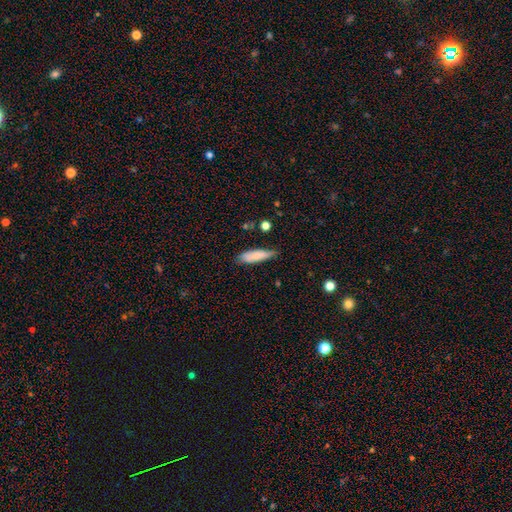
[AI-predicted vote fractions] This is clearly a smooth galaxy (81%). How rounded: likely cigar-shaped (62%). Merging: likely none (68%).